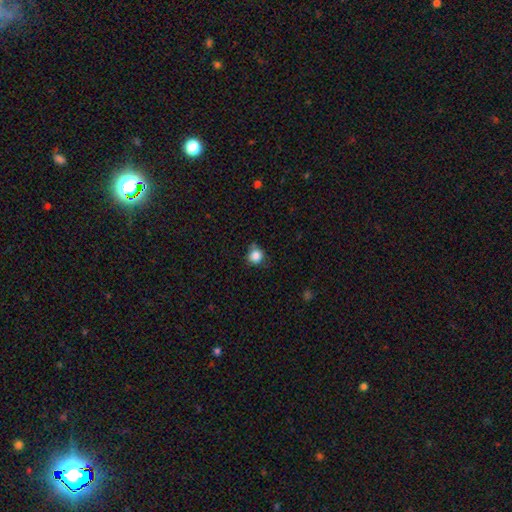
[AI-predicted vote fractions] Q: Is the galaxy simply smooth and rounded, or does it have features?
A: smooth — 85%.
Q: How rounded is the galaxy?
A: round — 88%.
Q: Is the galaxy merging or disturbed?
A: none — 70%.